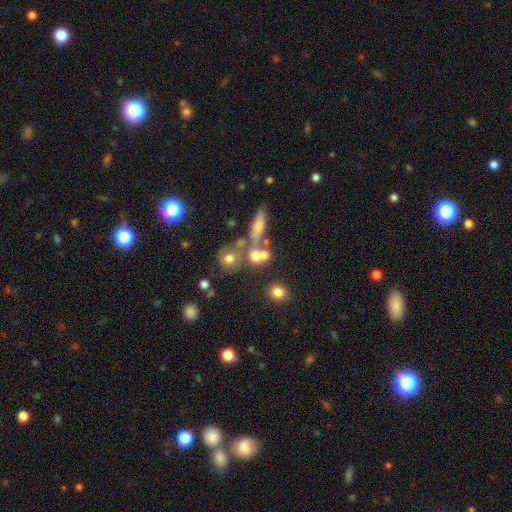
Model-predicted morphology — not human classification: Smooth or featured?
  - smooth: 62% *
  - featured or disk: 22%
  - star or artifact: 16%
How rounded?
  - round: 61% *
  - in between: 31%
  - cigar-shaped: 8%
Merging?
  - merger: 45% *
  - none: 37%
  - minor disturbance: 10%
  - major disturbance: 8%